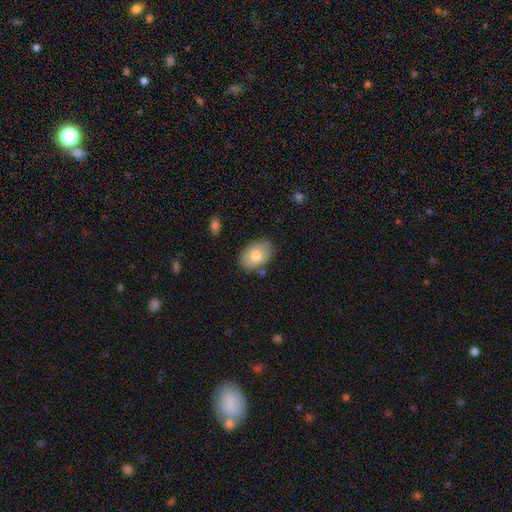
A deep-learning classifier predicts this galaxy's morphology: smooth 77%, featured or disk 16%, star or artifact 6%. Down the decision tree: how rounded — in between (85%); merging — none (80%).